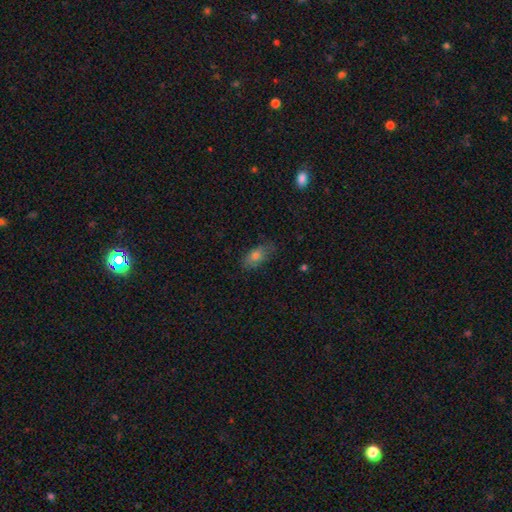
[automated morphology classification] Smooth or featured? Predicted: smooth (p=0.72). How rounded? Predicted: in between (p=0.85). Merging? Predicted: none (p=0.74).